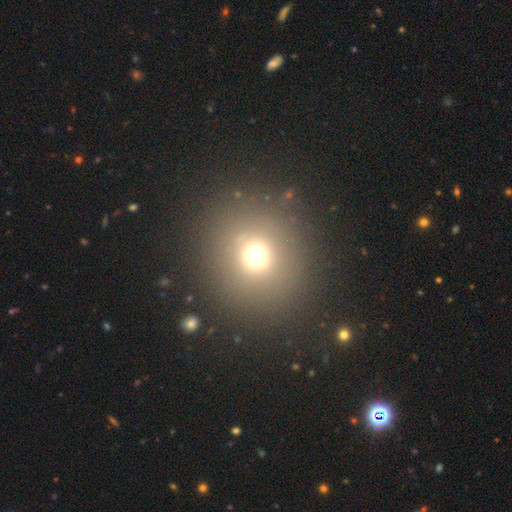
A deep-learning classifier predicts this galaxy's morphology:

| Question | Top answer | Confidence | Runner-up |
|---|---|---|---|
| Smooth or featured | smooth | 67% | star or artifact (21%) |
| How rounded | round | 90% | in between (9%) |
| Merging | none | 86% | minor disturbance (7%) |